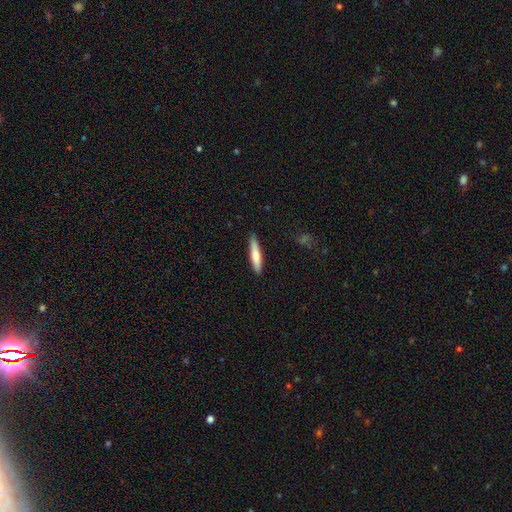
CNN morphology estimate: Smooth or featured?
  - smooth: 71% *
  - featured or disk: 24%
  - star or artifact: 5%
How rounded?
  - cigar-shaped: 86% *
  - in between: 13%
  - round: 1%
Merging?
  - none: 88% *
  - minor disturbance: 9%
  - major disturbance: 2%
  - merger: 1%